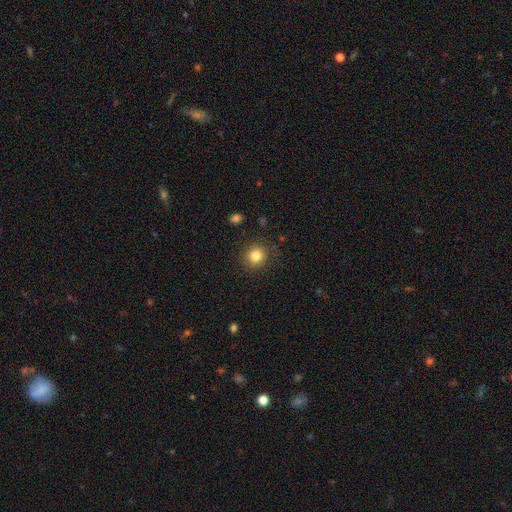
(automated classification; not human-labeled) smooth 83%, star or artifact 11%, featured or disk 6%. Down the decision tree: how rounded — round (89%); merging — none (88%).